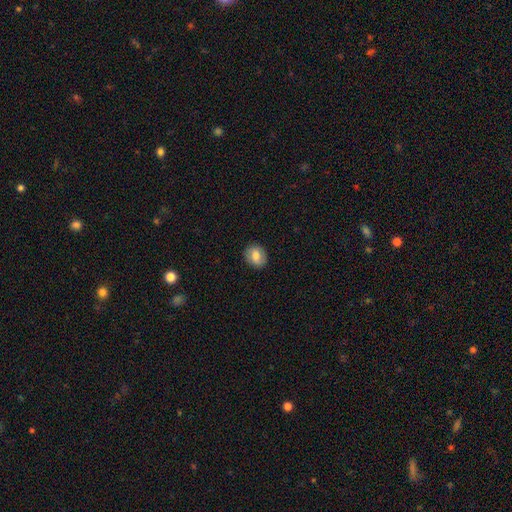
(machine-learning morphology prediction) A smooth galaxy with no disk features (77%) that is round (60%).

Vote fractions:
- Smooth or featured? smooth: 77% / featured or disk: 15% / star or artifact: 8%
- How rounded? round: 60% / in between: 39% / cigar-shaped: 1%
- Merging? none: 88% / minor disturbance: 9% / major disturbance: 2% / merger: 1%